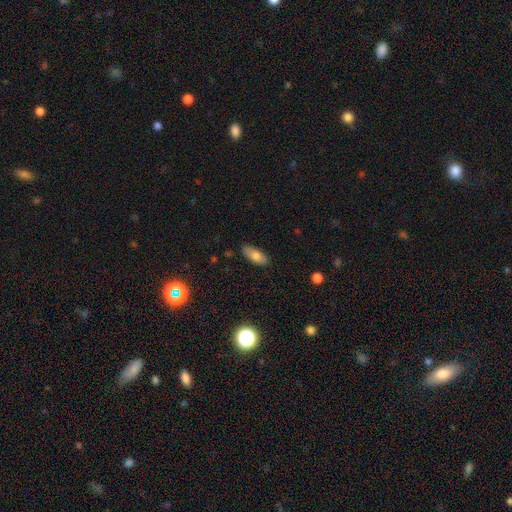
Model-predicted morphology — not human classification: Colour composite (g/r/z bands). It shows a smooth galaxy with no disk features (76%) that is in between round and cigar-shaped (80%). Merging: none (86%).